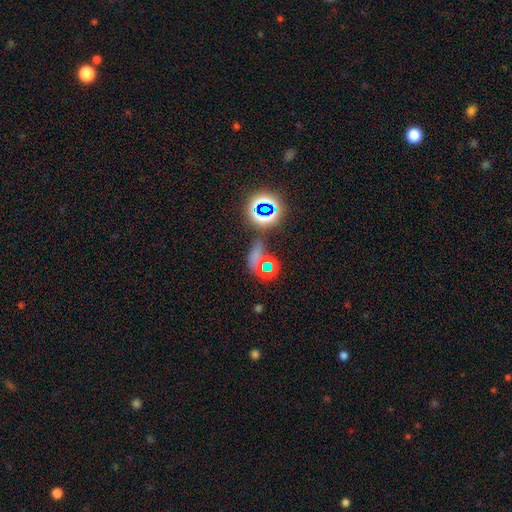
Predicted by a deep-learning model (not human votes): Smooth or featured? Predicted: star or artifact (p=0.58).